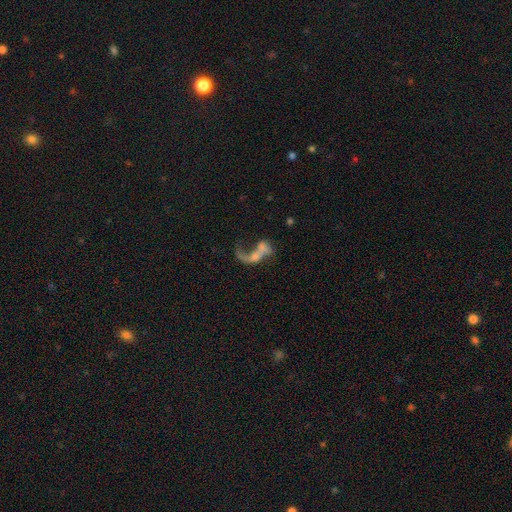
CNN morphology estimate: A featured or disk galaxy (62%) with no bar (73%), no spiral arms (51%) and no central bulge (46%). Merging: merger (41%).